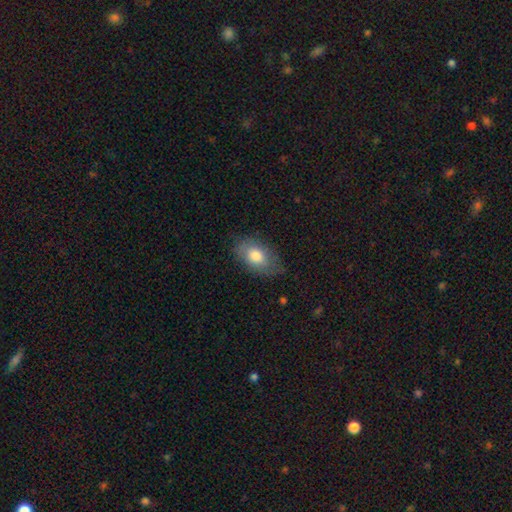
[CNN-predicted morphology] smooth 77%, featured or disk 16%, star or artifact 7%. Down the decision tree: how rounded — in between (89%); merging — none (72%).